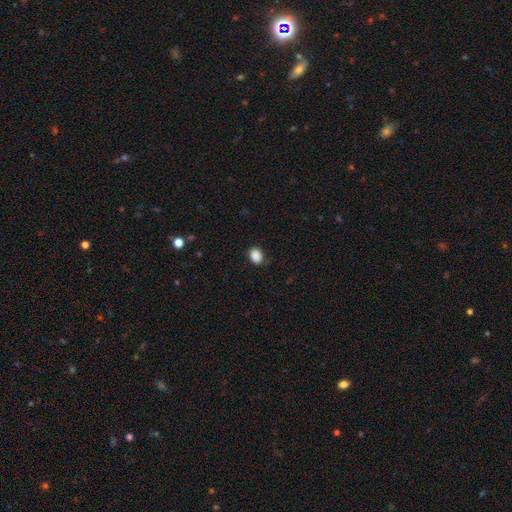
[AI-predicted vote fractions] Morphology: type=smooth (89%); roundness=in between (61%); merging=none (85%).